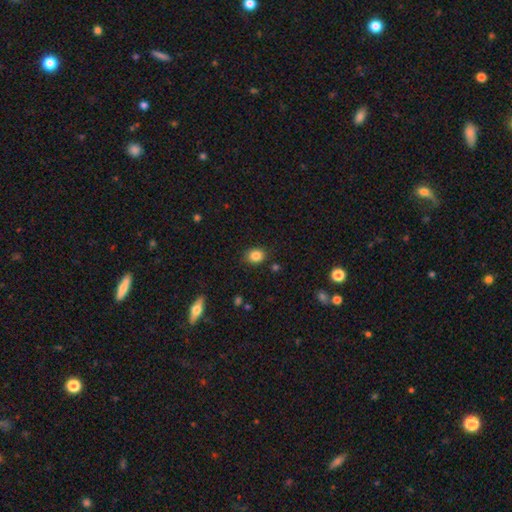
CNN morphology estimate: Smooth or featured: smooth — 85% (star or artifact — 10%)
How rounded: round — 52% (in between — 47%)
Merging: none — 84% (minor disturbance — 11%)